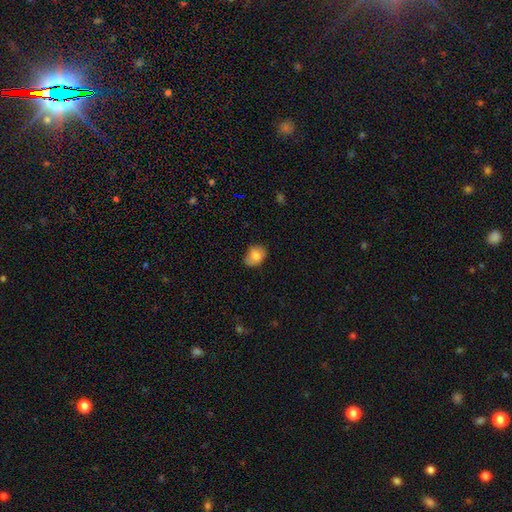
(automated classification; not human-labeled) Overall: smooth (81%). How rounded: in between (61%; round 38%). Merging: none (62%; minor disturbance 29%).